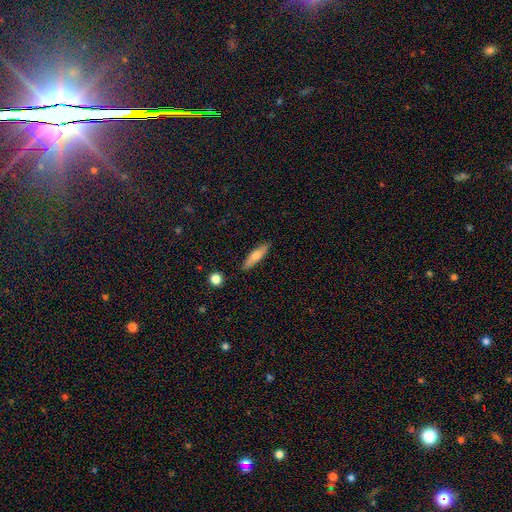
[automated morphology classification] Smooth or featured?
  - smooth: 62% *
  - featured or disk: 32%
  - star or artifact: 6%
How rounded?
  - cigar-shaped: 76% *
  - in between: 22%
  - round: 2%
Merging?
  - none: 87% *
  - minor disturbance: 9%
  - merger: 2%
  - major disturbance: 2%